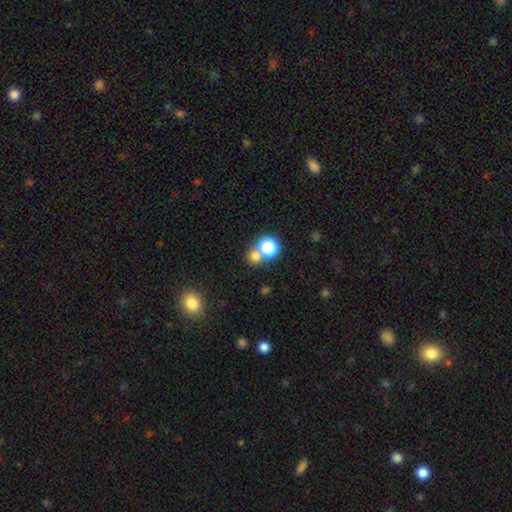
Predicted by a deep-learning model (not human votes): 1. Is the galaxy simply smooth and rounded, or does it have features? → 70% smooth, 23% star or artifact, 8% featured or disk.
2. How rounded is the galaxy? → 87% round, 12% in between, 1% cigar-shaped.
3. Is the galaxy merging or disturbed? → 58% none, 32% merger, 7% minor disturbance, 3% major disturbance.